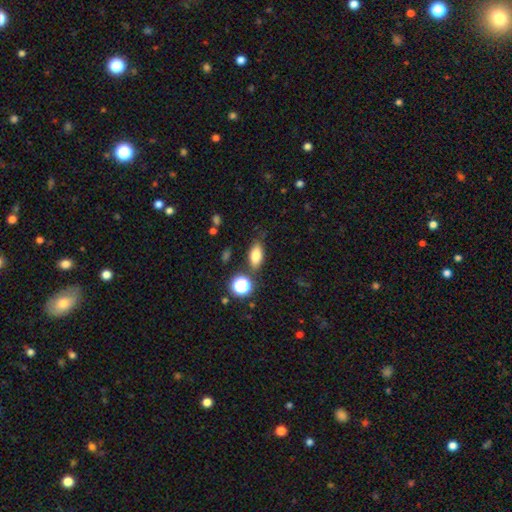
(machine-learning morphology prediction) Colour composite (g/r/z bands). It shows a smooth galaxy with no disk features (77%) that is in between round and cigar-shaped (79%). Merging: none (77%).